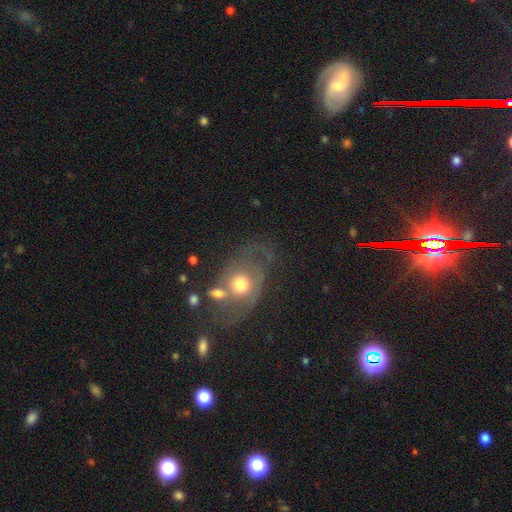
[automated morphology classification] smooth_or_featured: featured or disk (p=0.53) [alt: smooth p=0.26]
disk_edge_on: no (p=0.93) [alt: yes p=0.07]
merging: none (p=0.55) [alt: minor disturbance p=0.18]